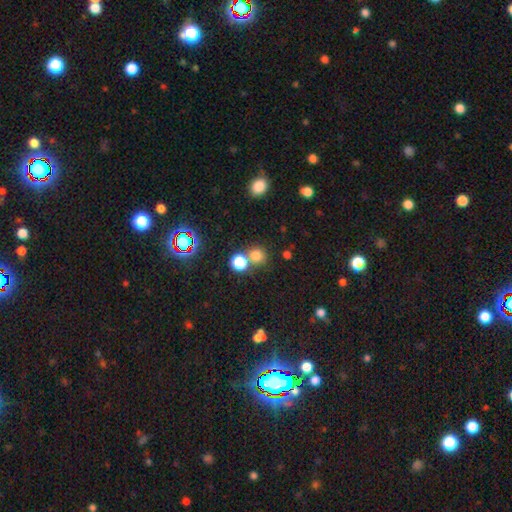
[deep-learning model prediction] The model was most divided on "merging": none: 60%, merger: 28%, minor disturbance: 8%, major disturbance: 4%. More confident: how rounded — round (85%); smooth or featured — smooth (74%).